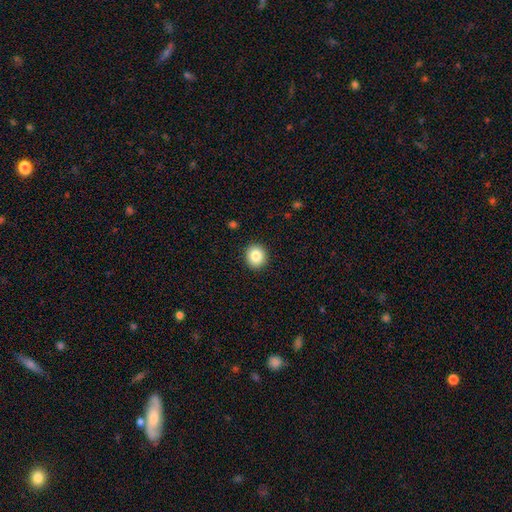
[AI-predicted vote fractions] Smooth or featured? Predicted: smooth (p=0.85). How rounded? Predicted: round (p=0.76). Merging? Predicted: none (p=0.91).